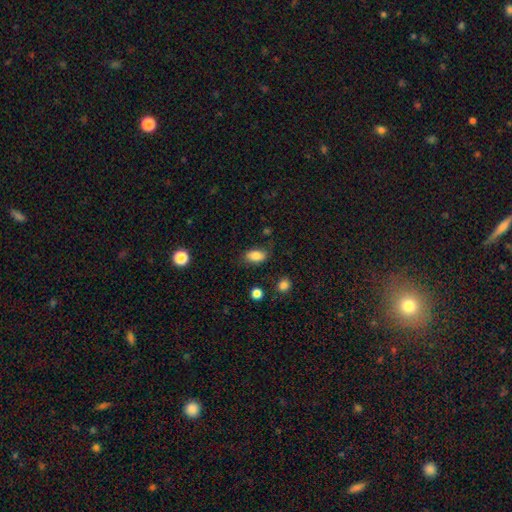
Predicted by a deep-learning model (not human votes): A smooth galaxy with no disk features (84%) that is in between round and cigar-shaped (90%).

Vote fractions:
- Smooth or featured? smooth: 84% / star or artifact: 9% / featured or disk: 7%
- How rounded? in between: 90% / round: 7% / cigar-shaped: 3%
- Merging? none: 76% / minor disturbance: 17% / major disturbance: 4% / merger: 2%